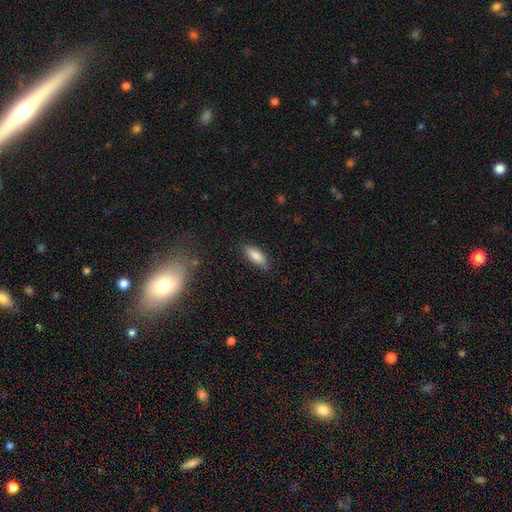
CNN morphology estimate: smooth-or-featured: smooth: 84% | featured or disk: 9% | star or artifact: 7%
  how-rounded: in between: 71% | cigar-shaped: 27% | round: 2%
  merging: none: 81% | minor disturbance: 15% | major disturbance: 3% | merger: 1%